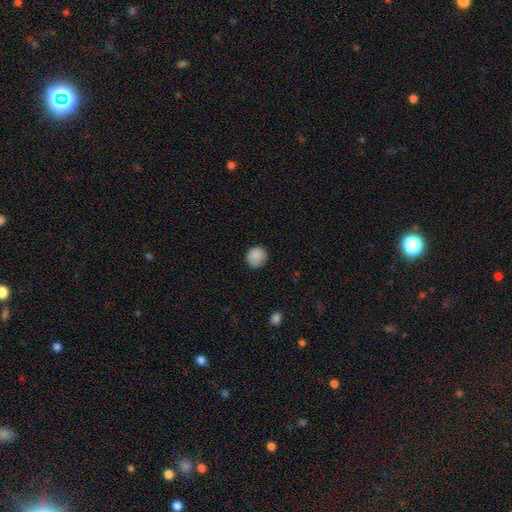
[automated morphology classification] This appears to be a smooth galaxy with no disk features (88%) that is round (91%). Merging: none (88%).